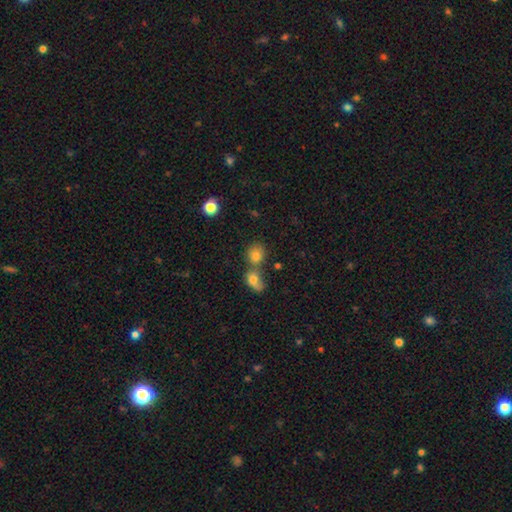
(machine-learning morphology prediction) This is likely a smooth galaxy (78%). How rounded: likely round (71%). Merging: marginally merger (45%).